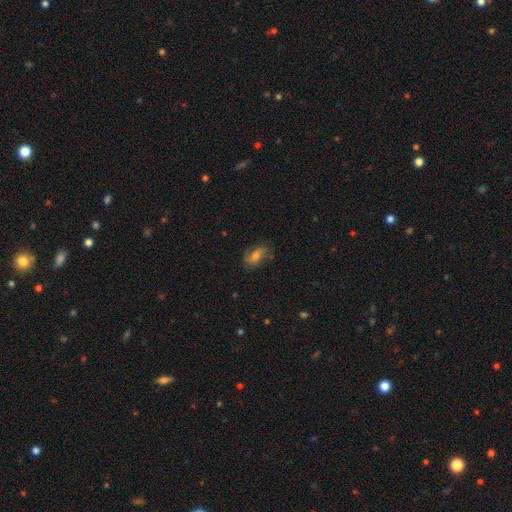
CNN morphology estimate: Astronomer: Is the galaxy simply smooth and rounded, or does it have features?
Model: smooth — 54% (runner-up: featured or disk, 33%).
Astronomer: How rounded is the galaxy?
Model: in between — 84%.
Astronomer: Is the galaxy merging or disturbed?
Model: none — 69%.